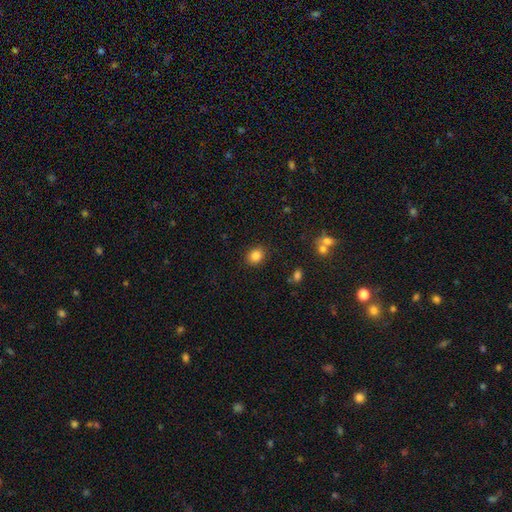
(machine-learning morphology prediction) smooth_or_featured: smooth (p=0.84) [alt: star or artifact p=0.10]
how_rounded: round (p=0.59) [alt: in between p=0.40]
merging: none (p=0.87) [alt: minor disturbance p=0.08]